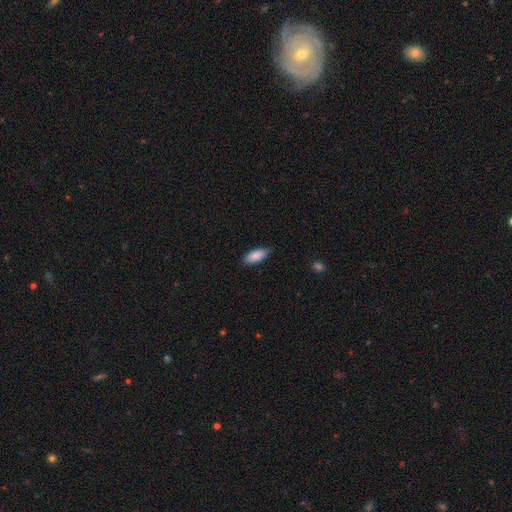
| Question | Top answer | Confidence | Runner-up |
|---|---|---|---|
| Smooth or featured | smooth | 85% | featured or disk (8%) |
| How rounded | in between | 91% | cigar-shaped (6%) |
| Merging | none | 86% | minor disturbance (14%) |